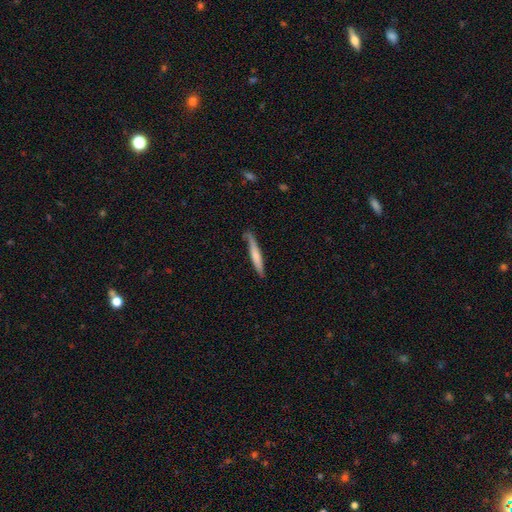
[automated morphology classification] smooth_or_featured: smooth (p=0.63) [alt: featured or disk p=0.32]
how_rounded: cigar-shaped (p=0.94) [alt: in between p=0.05]
merging: none (p=0.73) [alt: minor disturbance p=0.20]